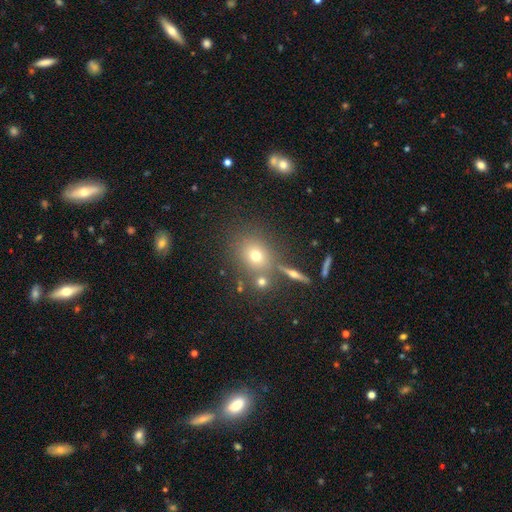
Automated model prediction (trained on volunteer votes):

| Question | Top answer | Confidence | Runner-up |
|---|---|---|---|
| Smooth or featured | smooth | 64% | featured or disk (18%) |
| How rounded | round | 67% | in between (31%) |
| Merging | none | 71% | merger (13%) |